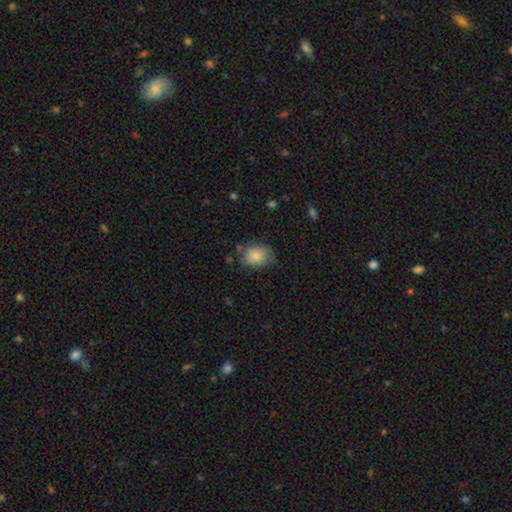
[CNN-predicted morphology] type=smooth (83%); roundness=in between (52%); merging=none (62%).